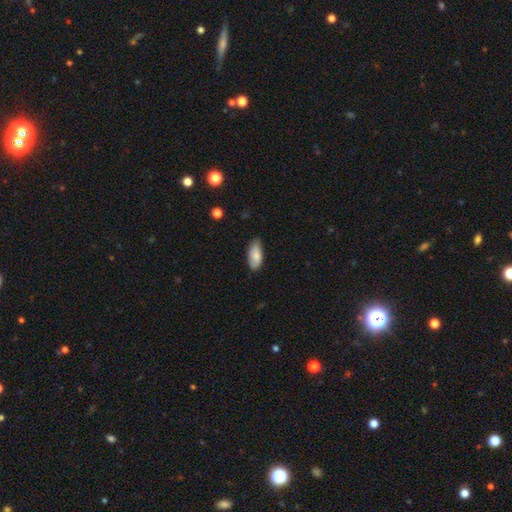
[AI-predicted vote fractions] Smooth or featured: smooth — 80% (featured or disk — 14%)
How rounded: in between — 90% (cigar-shaped — 8%)
Merging: none — 71% (minor disturbance — 24%)